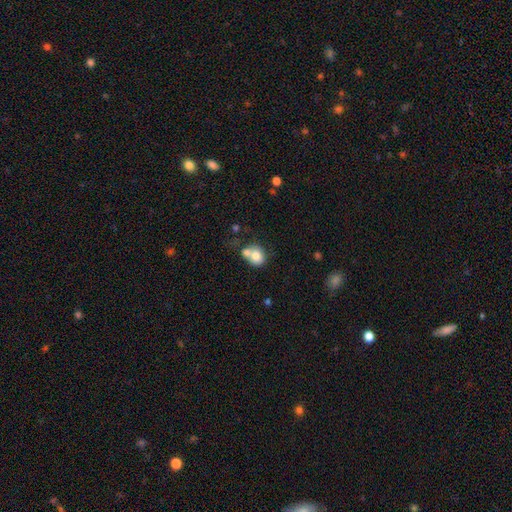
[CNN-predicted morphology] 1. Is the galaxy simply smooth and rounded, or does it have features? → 73% smooth, 18% featured or disk, 9% star or artifact.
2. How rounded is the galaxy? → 68% round, 31% in between, 1% cigar-shaped.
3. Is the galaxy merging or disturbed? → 54% merger, 30% none, 10% minor disturbance, 6% major disturbance.